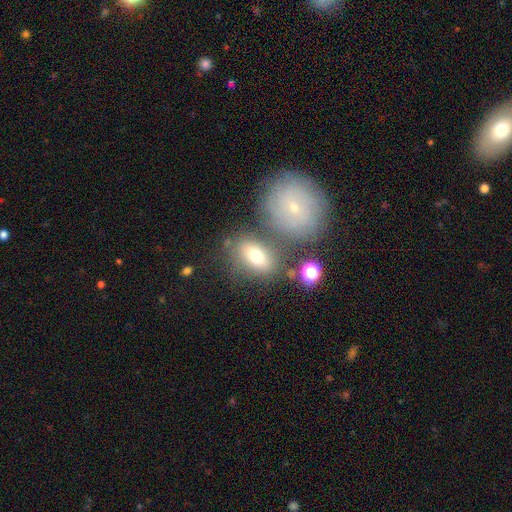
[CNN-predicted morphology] This appears to be a smooth galaxy with no disk features (68%) that is in between round and cigar-shaped (76%). Merging: none (67%).